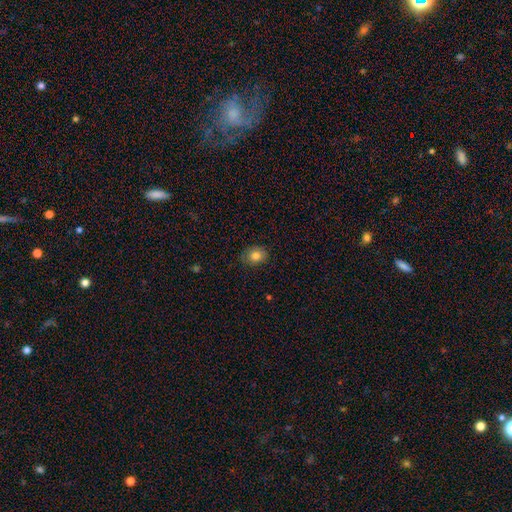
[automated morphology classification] A smooth galaxy with no disk features (82%) that is in between round and cigar-shaped (54%).

Vote fractions:
- Smooth or featured? smooth: 82% / star or artifact: 9% / featured or disk: 9%
- How rounded? in between: 54% / round: 45% / cigar-shaped: 1%
- Merging? none: 82% / minor disturbance: 14% / major disturbance: 3% / merger: 1%